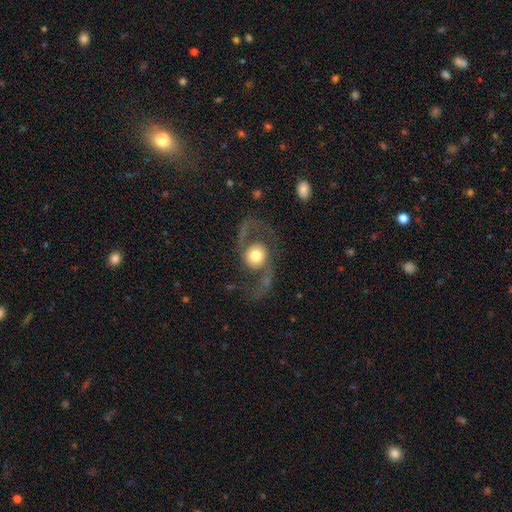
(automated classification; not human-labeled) Smooth or featured? featured or disk (75%)
Edge-on disk? no (96%)
Bar? no (74%)
Spiral arms? yes (85%)
Spiral winding? loose (62%)
Spiral arm count? 2 (93%)
Bulge size? moderate (47%)
Merging? none (66%)